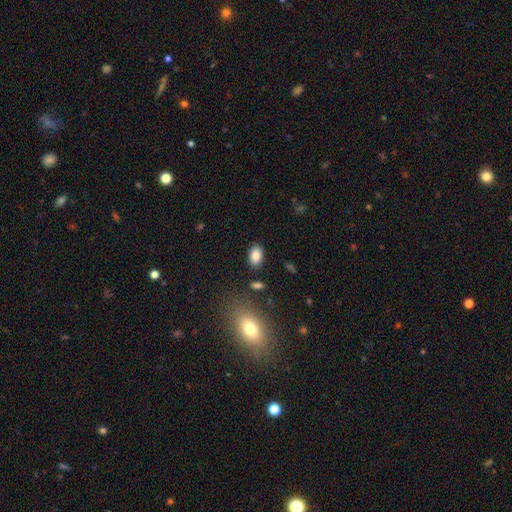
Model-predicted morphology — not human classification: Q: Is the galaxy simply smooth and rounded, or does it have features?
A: smooth — 86%.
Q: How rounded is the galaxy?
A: in between — 87%.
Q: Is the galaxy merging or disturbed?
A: none — 85%.